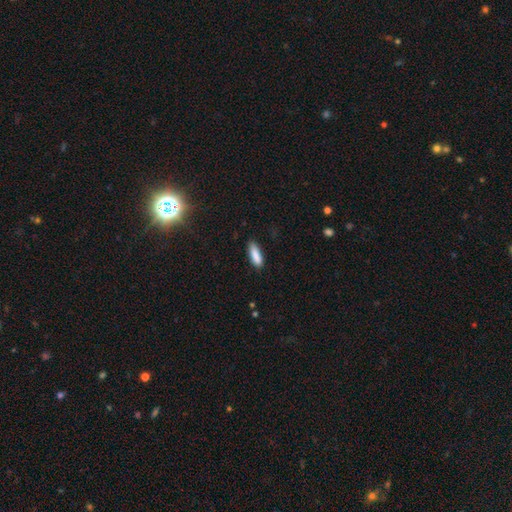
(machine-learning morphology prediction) Overall: smooth (87%). How rounded: in between (50%; cigar-shaped 48%). Merging: none (82%).